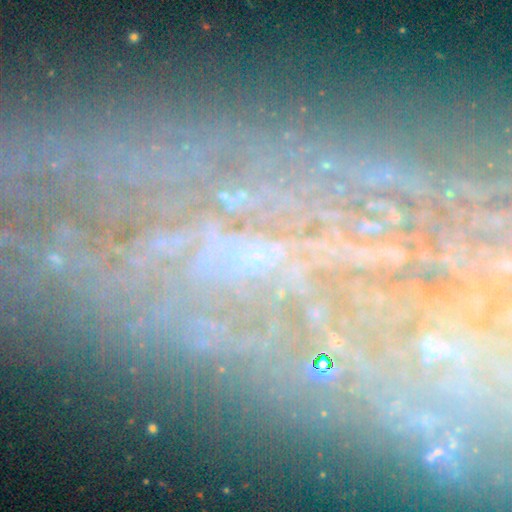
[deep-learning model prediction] Smooth or featured?
  - featured or disk: 51% *
  - star or artifact: 34%
  - smooth: 15%
Edge-on disk?
  - no: 91% *
  - yes: 9%
Merging?
  - none: 60% *
  - minor disturbance: 18%
  - major disturbance: 15%
  - merger: 7%